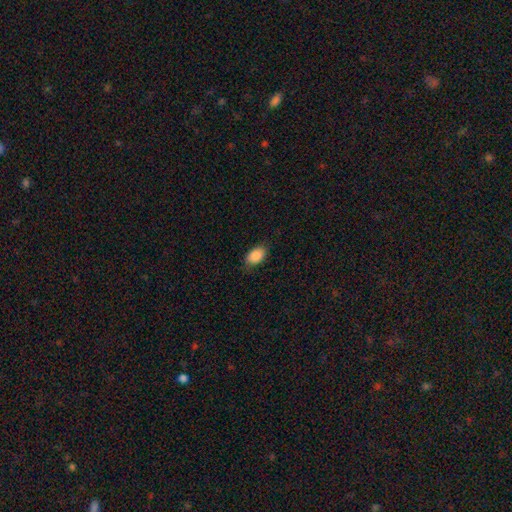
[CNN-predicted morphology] The model was most divided on "merging": none: 82%, minor disturbance: 14%, major disturbance: 3%, merger: 1%. More confident: how rounded — in between (92%); smooth or featured — smooth (89%).